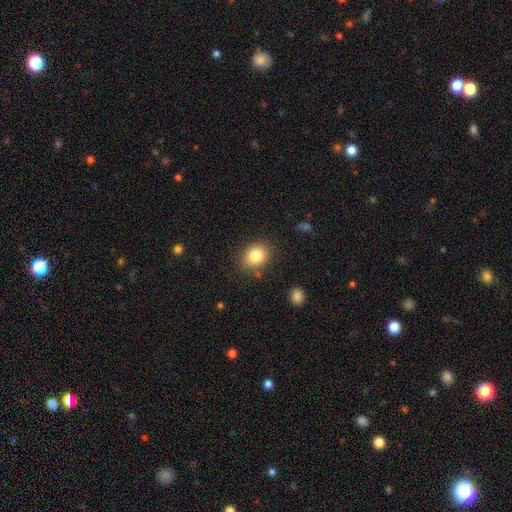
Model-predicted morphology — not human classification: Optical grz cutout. It shows a smooth galaxy with no disk features (83%) that is round (56%). Merging: none (83%).